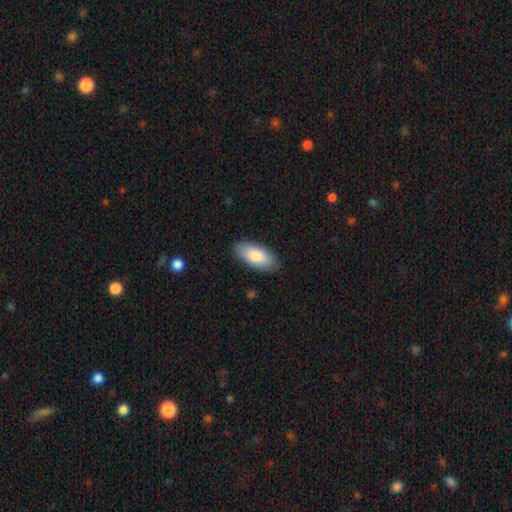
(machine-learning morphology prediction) smooth 83%, featured or disk 12%, star or artifact 5%. Down the decision tree: how rounded — in between (86%); merging — none (86%).